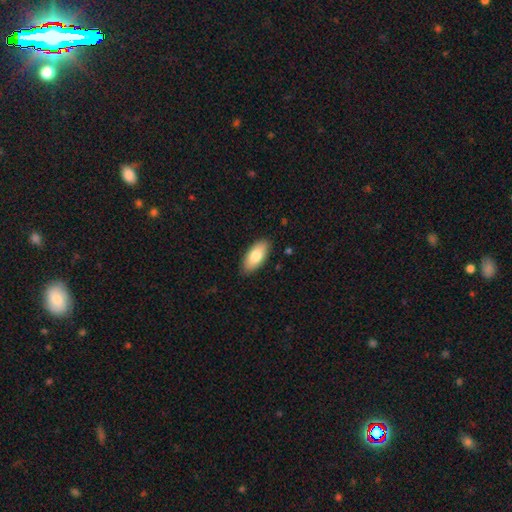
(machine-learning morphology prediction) A smooth galaxy with no disk features (80%) that is in between round and cigar-shaped (89%). Merging: none (88%).